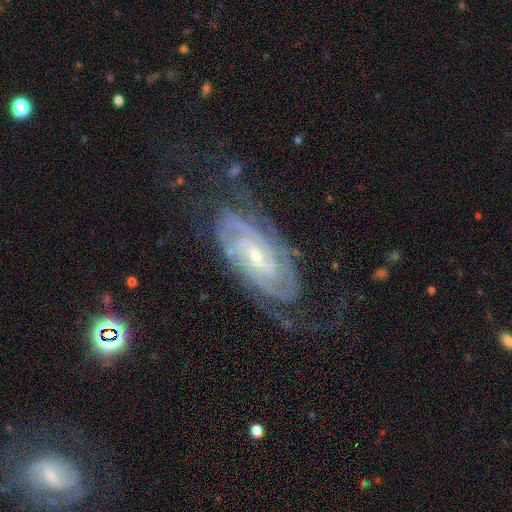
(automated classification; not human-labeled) smooth_or_featured: featured or disk (p=0.90) [alt: star or artifact p=0.05]
disk_edge_on: no (p=0.95) [alt: yes p=0.05]
bar: weak (p=0.42) [alt: no p=0.39]
has_spiral_arms: yes (p=0.98) [alt: no p=0.02]
spiral_winding: tight (p=0.76) [alt: medium p=0.20]
spiral_arm_count: 2 (p=0.55) [alt: can't tell p=0.15]
bulge_size: small (p=0.64) [alt: moderate p=0.31]
merging: none (p=0.70) [alt: minor disturbance p=0.18]